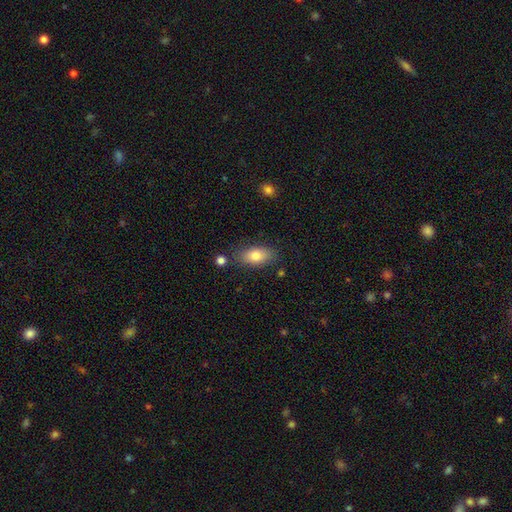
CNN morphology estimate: This appears to be a smooth galaxy with no disk features (79%) that is in between round and cigar-shaped (88%). Merging: none (80%).